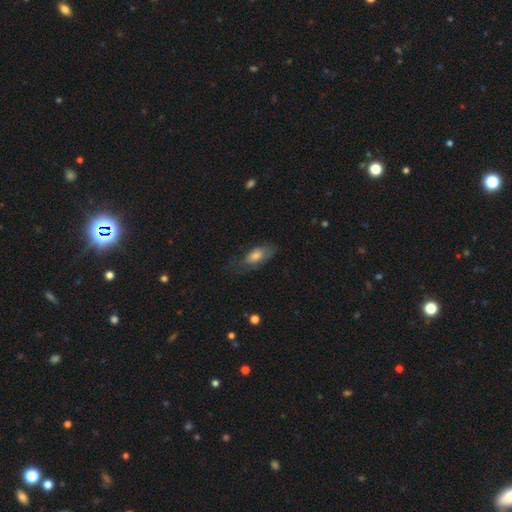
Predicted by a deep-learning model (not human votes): Overall: smooth (63%; featured or disk 29%). How rounded: in between (84%). Merging: none (55%; minor disturbance 27%).